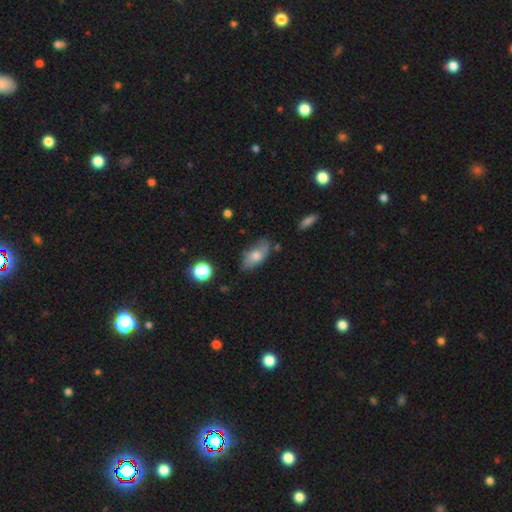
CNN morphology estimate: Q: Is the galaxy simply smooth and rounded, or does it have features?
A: smooth — 65%.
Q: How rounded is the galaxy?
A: in between — 88%.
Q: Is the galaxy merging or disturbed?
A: none — 69%.